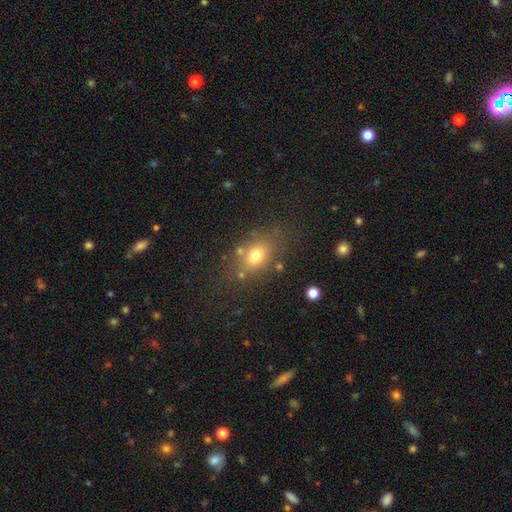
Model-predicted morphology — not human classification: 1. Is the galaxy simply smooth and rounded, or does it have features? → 74% smooth, 13% star or artifact, 13% featured or disk.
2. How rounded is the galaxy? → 70% in between, 27% round, 3% cigar-shaped.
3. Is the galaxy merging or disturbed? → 73% none, 15% minor disturbance, 6% major disturbance, 6% merger.